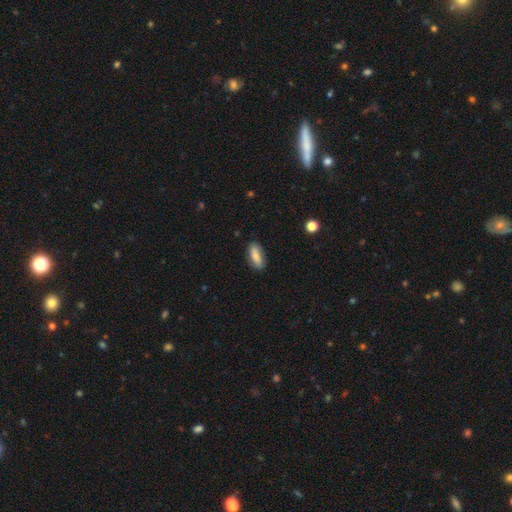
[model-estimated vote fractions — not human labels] Smooth or featured?
  - smooth: 80% *
  - featured or disk: 14%
  - star or artifact: 7%
How rounded?
  - in between: 76% *
  - cigar-shaped: 22%
  - round: 2%
Merging?
  - none: 83% *
  - minor disturbance: 13%
  - major disturbance: 3%
  - merger: 2%